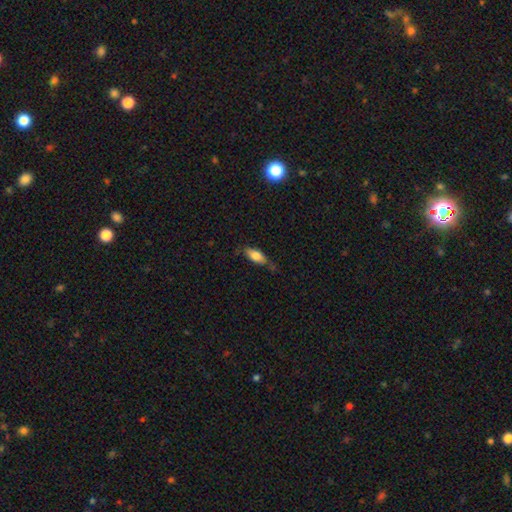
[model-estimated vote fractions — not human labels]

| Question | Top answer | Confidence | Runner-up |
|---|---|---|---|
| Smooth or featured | smooth | 73% | featured or disk (21%) |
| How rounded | in between | 77% | cigar-shaped (20%) |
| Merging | none | 59% | minor disturbance (30%) |